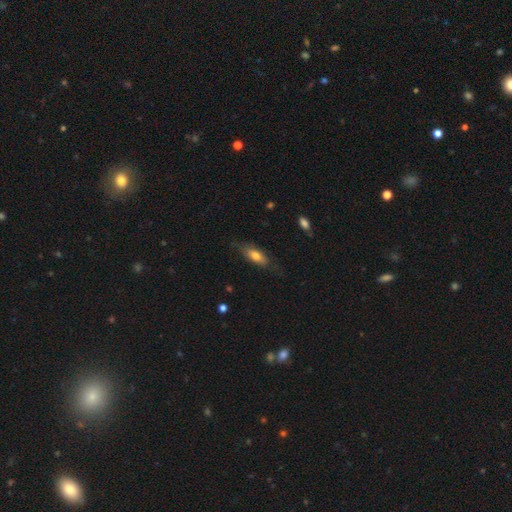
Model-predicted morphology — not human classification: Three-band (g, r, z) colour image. It shows a smooth galaxy with no disk features (69%) that is in between round and cigar-shaped (72%). Merging: none (68%).